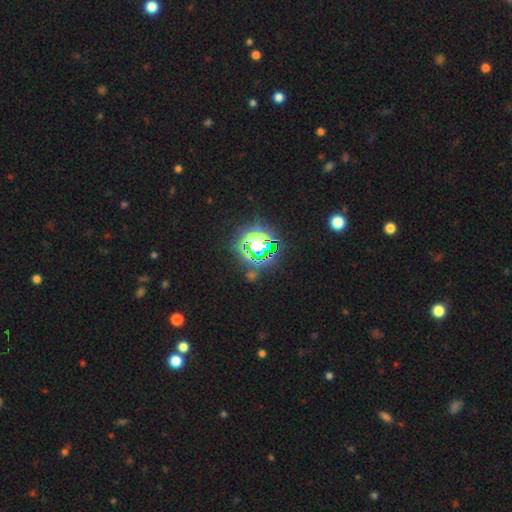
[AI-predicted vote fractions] Smooth or featured: star or artifact — 79% (smooth — 13%)